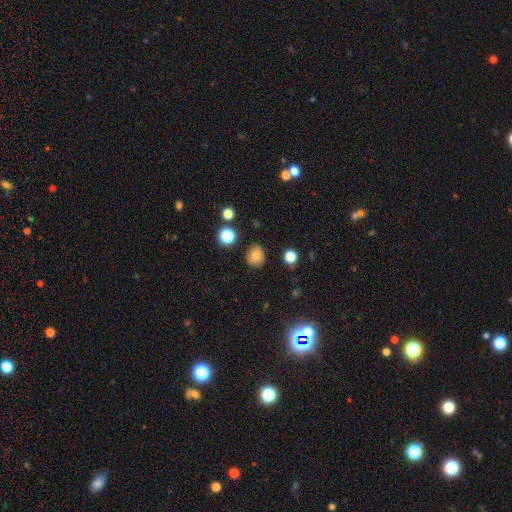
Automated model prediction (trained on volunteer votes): Smooth or featured? smooth (78%)
How rounded? round (83%)
Merging? none (85%)